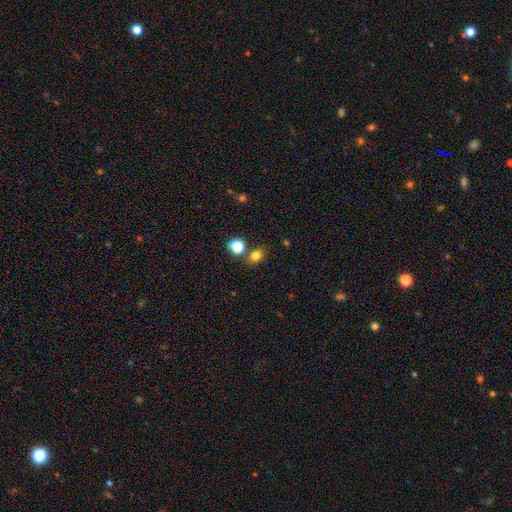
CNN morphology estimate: A smooth galaxy with no disk features (79%) that is round (55%).

Vote fractions:
- Smooth or featured? smooth: 79% / star or artifact: 15% / featured or disk: 6%
- How rounded? round: 55% / in between: 44% / cigar-shaped: 1%
- Merging? none: 72% / merger: 15% / minor disturbance: 10% / major disturbance: 3%